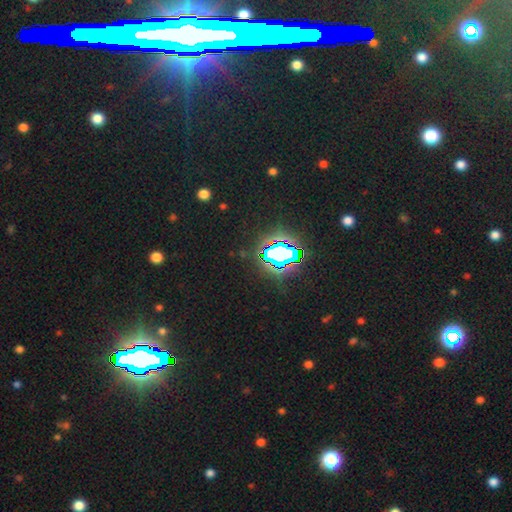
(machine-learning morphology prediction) smooth-or-featured: star or artifact: 83% | smooth: 9% | featured or disk: 8%